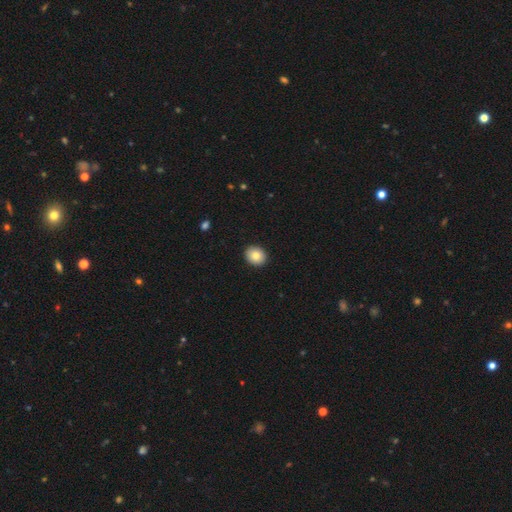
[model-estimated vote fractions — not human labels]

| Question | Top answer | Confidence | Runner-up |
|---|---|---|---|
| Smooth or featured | smooth | 83% | featured or disk (9%) |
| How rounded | round | 63% | in between (36%) |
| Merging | none | 92% | minor disturbance (5%) |